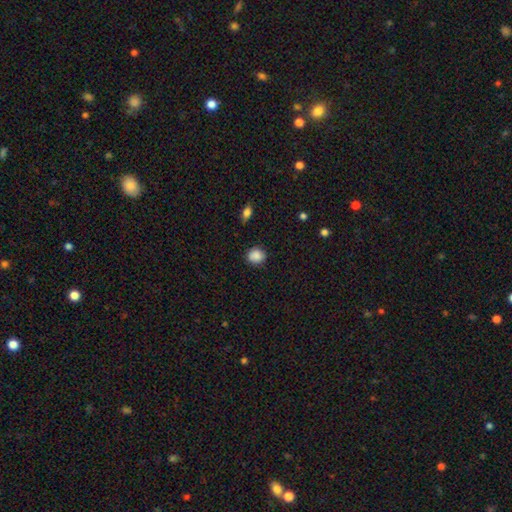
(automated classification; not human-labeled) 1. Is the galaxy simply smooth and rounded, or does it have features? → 88% smooth, 9% star or artifact, 4% featured or disk.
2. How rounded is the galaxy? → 77% round, 22% in between, 1% cigar-shaped.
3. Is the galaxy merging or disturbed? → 86% none, 10% minor disturbance, 3% major disturbance, 1% merger.